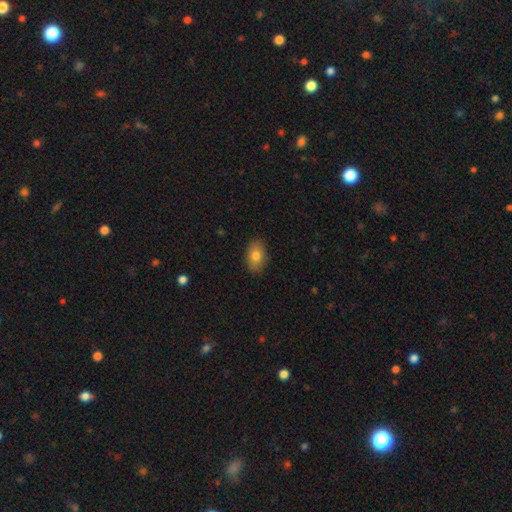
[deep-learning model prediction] This appears to be a smooth galaxy with no disk features (80%) that is in between round and cigar-shaped (89%). Merging: none (87%).